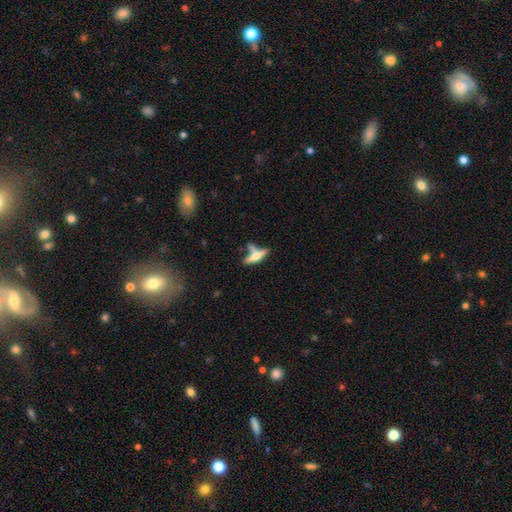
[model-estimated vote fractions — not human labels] This appears to be a featured or disk galaxy (46%, tied with smooth). Merging: none (50%).